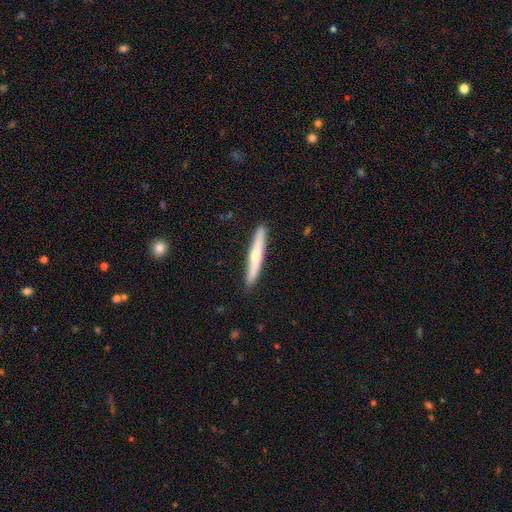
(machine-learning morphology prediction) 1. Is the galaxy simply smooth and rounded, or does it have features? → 49% smooth, 46% featured or disk, 5% star or artifact.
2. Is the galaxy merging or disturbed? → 90% none, 8% minor disturbance, 1% major disturbance, 1% merger.